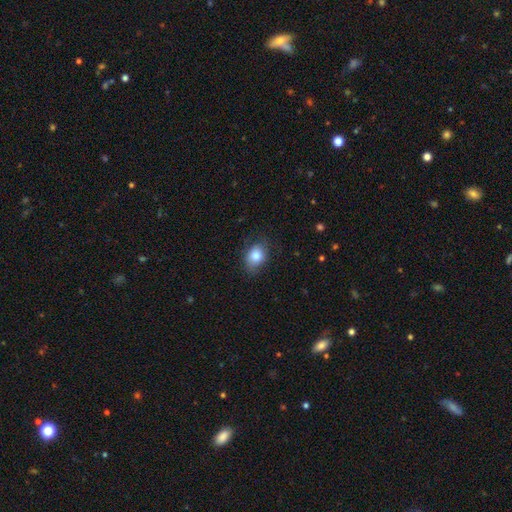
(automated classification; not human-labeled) Smooth or featured? Predicted: smooth (p=0.82). How rounded? Predicted: in between (p=0.67). Merging? Predicted: none (p=0.75).